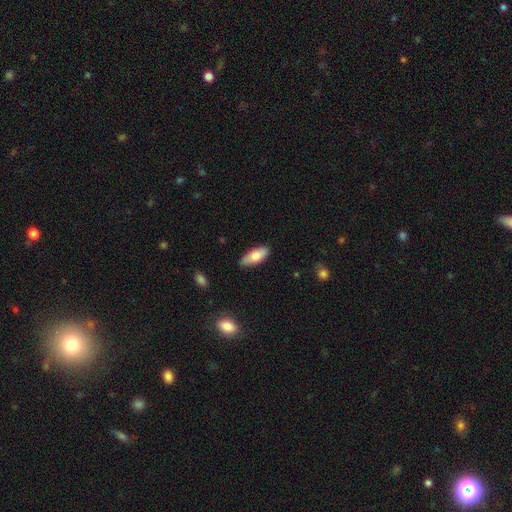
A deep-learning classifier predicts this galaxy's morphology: Smooth or featured? Predicted: smooth (p=0.75). How rounded? Predicted: in between (p=0.82). Merging? Predicted: none (p=0.85).